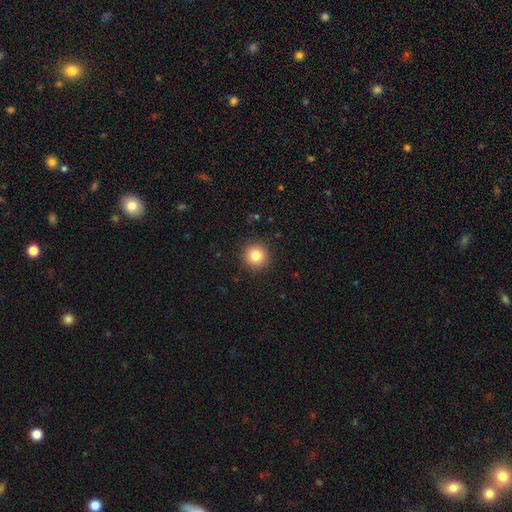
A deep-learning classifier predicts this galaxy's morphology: Q: Smooth or featured?
A: smooth (84%); runner-up: star or artifact (10%)
Q: How rounded?
A: round (95%); runner-up: in between (4%)
Q: Merging?
A: none (92%); runner-up: minor disturbance (5%)